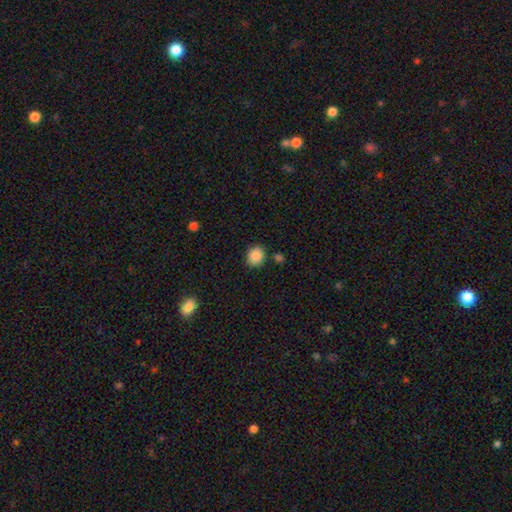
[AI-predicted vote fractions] Overall: smooth (87%). How rounded: round (70%). Merging: none (81%).